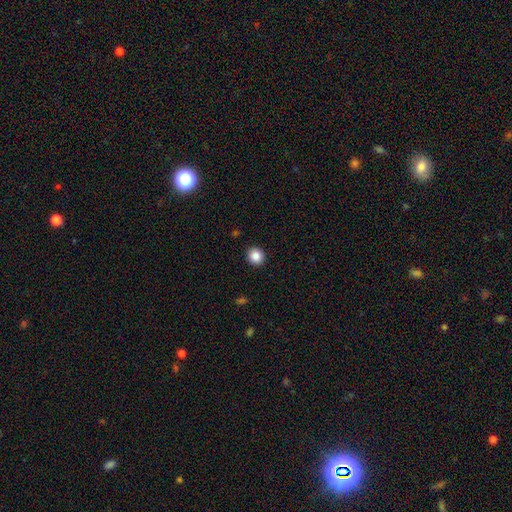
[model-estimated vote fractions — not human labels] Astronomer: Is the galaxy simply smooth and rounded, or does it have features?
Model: smooth — 87%.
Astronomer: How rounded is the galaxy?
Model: round — 89%.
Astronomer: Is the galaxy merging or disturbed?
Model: none — 92%.